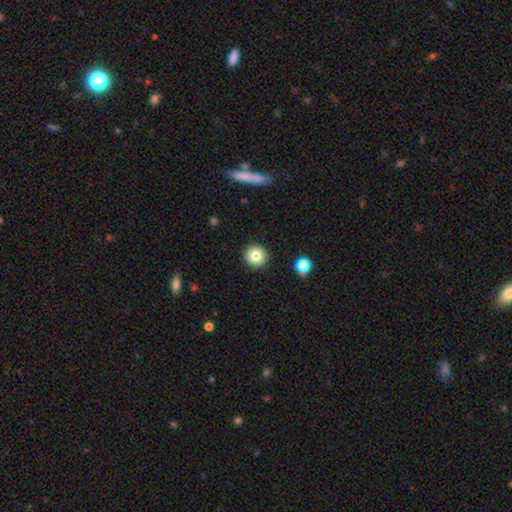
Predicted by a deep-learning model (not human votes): smooth-or-featured: smooth: 81% | star or artifact: 10% | featured or disk: 9%
  how-rounded: round: 94% | in between: 5% | cigar-shaped: 1%
  merging: none: 92% | minor disturbance: 5% | major disturbance: 2% | merger: 1%